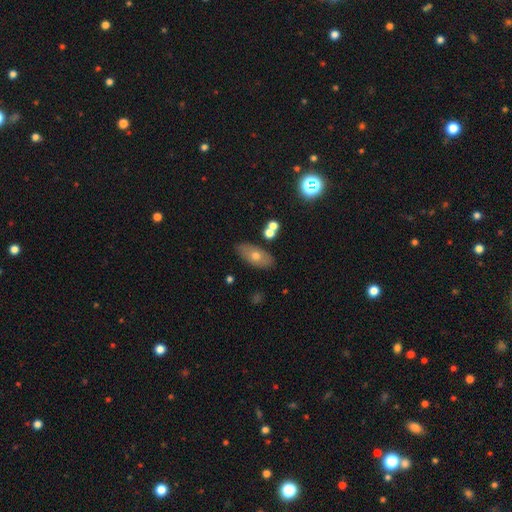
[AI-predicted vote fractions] A smooth galaxy with no disk features (60%) that is in between round and cigar-shaped (87%).

Vote fractions:
- Smooth or featured? smooth: 60% / featured or disk: 30% / star or artifact: 10%
- How rounded? in between: 87% / cigar-shaped: 7% / round: 6%
- Merging? none: 77% / minor disturbance: 13% / merger: 7% / major disturbance: 3%